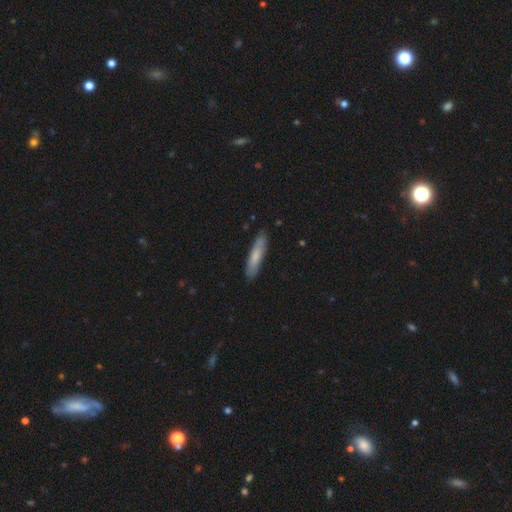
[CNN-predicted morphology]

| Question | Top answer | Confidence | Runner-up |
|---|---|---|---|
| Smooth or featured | smooth | 70% | featured or disk (24%) |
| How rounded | cigar-shaped | 86% | in between (13%) |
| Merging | none | 87% | minor disturbance (10%) |